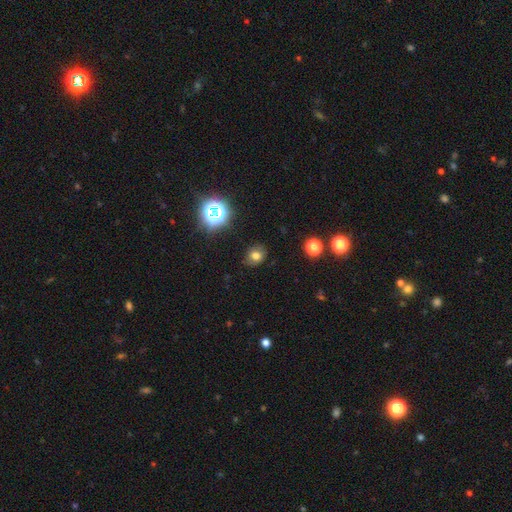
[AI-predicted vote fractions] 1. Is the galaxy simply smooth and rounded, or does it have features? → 73% smooth, 18% star or artifact, 9% featured or disk.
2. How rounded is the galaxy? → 57% round, 42% in between, 1% cigar-shaped.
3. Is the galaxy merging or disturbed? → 82% none, 13% minor disturbance, 3% major disturbance, 2% merger.